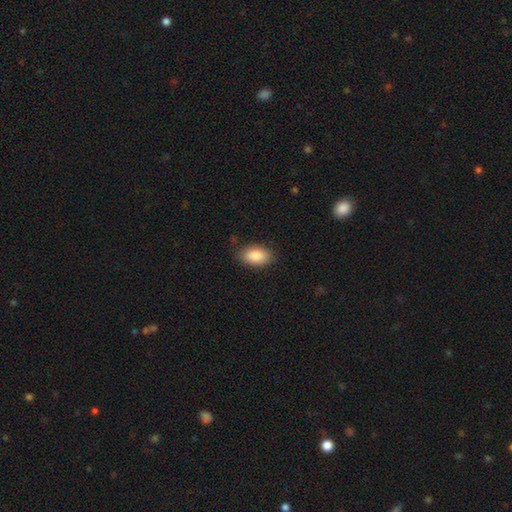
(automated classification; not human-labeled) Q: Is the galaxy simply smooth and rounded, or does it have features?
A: smooth — 88%.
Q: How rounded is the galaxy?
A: in between — 92%.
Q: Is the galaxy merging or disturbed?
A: none — 83%.